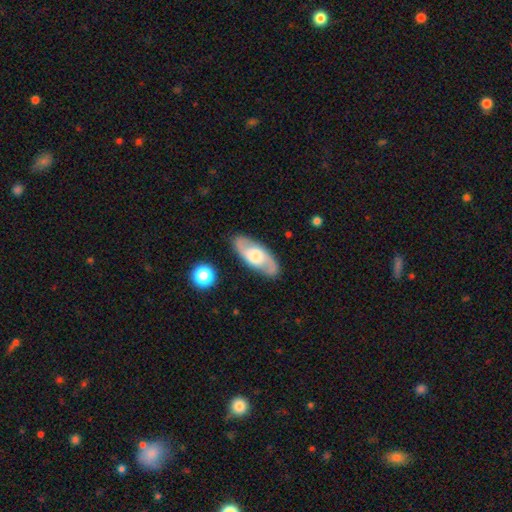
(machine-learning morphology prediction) Smooth or featured?
  - featured or disk: 71% *
  - smooth: 24%
  - star or artifact: 5%
Edge-on disk?
  - no: 88% *
  - yes: 12%
Bar?
  - no: 58% *
  - weak: 34%
  - strong: 8%
Spiral arms?
  - yes: 86% *
  - no: 14%
Spiral winding?
  - medium: 47% *
  - loose: 33%
  - tight: 20%
Spiral arm count?
  - 2: 89% *
  - can't tell: 7%
  - 1: 2%
  - 3: 1%
  - 4: 1%
  - more than 4: 1%
Bulge size?
  - moderate: 52% *
  - large: 32%
  - small: 11%
  - dominant: 3%
  - none: 3%
Merging?
  - none: 85% *
  - minor disturbance: 10%
  - major disturbance: 3%
  - merger: 2%